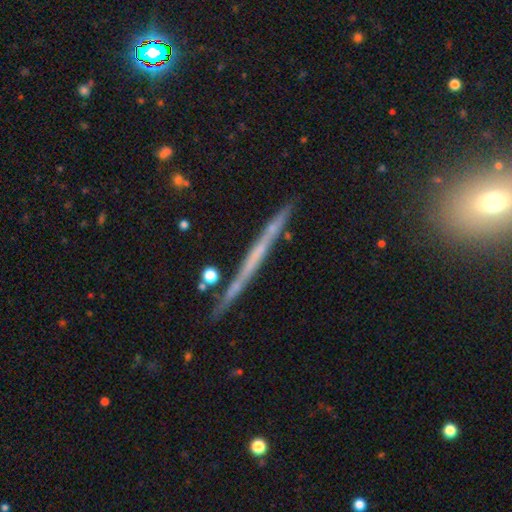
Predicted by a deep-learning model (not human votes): featured or disk 58%, smooth 34%, star or artifact 9%. Down the decision tree: edge-on disk — yes (97%); edge-on bulge — none (89%); merging — none (85%).